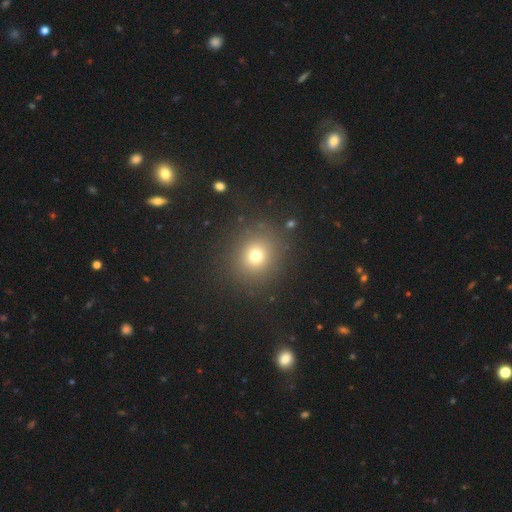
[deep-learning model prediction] A smooth galaxy with no disk features (72%) that is round (88%). Merging: none (88%).